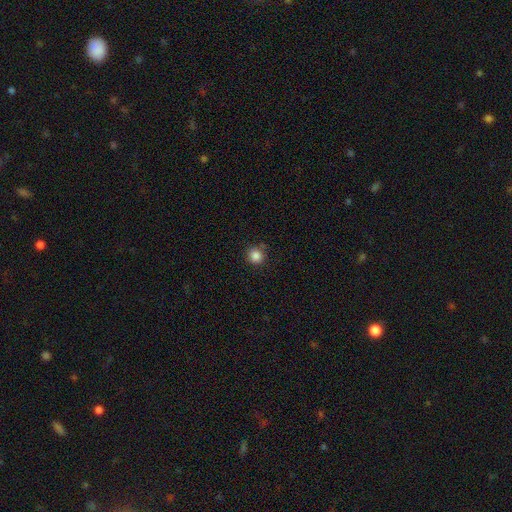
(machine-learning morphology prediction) Overall: smooth (85%). How rounded: round (93%). Merging: none (86%).